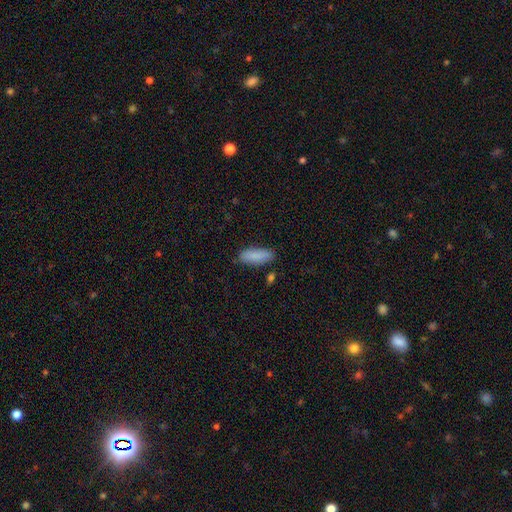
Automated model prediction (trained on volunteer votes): smooth_or_featured: smooth (p=0.88) [alt: star or artifact p=0.06]
how_rounded: in between (p=0.72) [alt: cigar-shaped p=0.26]
merging: none (p=0.81) [alt: minor disturbance p=0.13]